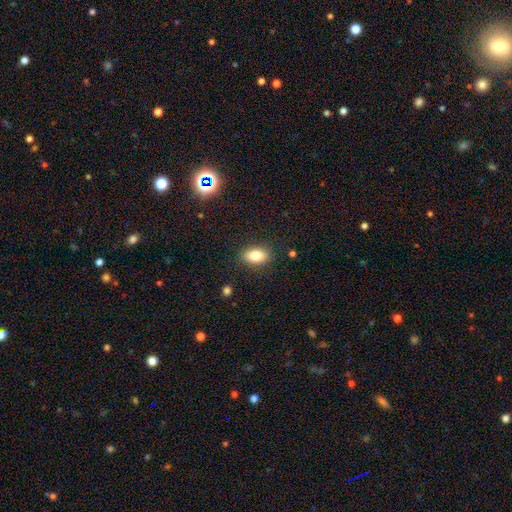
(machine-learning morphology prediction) This appears to be a smooth galaxy with no disk features (81%) that is in between round and cigar-shaped (85%). Merging: none (87%).